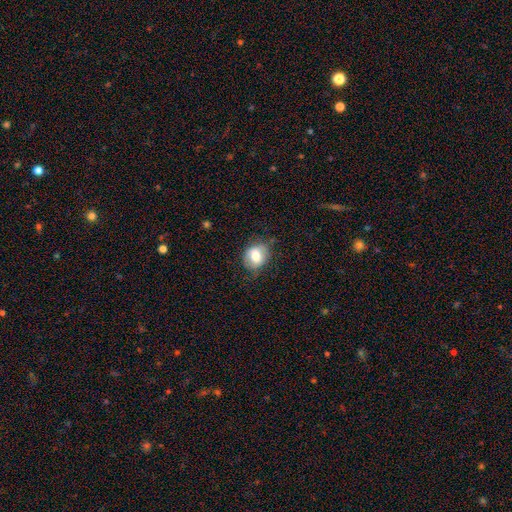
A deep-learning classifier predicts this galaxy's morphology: Smooth or featured? Predicted: smooth (p=0.70). How rounded? Predicted: round (p=0.58). Merging? Predicted: none (p=0.66).